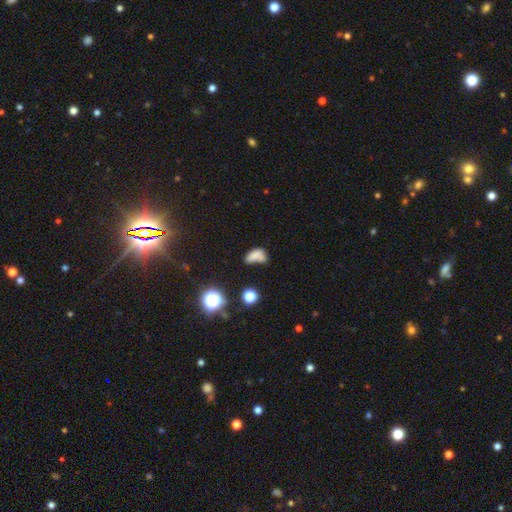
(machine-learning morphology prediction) Smooth or featured? Predicted: smooth (p=0.69). How rounded? Predicted: in between (p=0.83). Merging? Predicted: minor disturbance (p=0.28, tied with none).